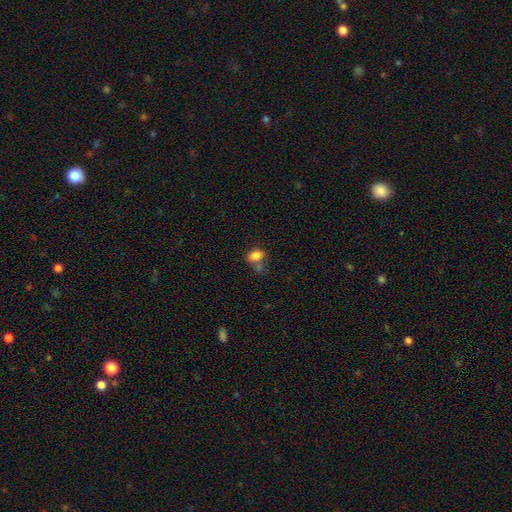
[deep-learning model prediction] This appears to be a smooth galaxy with no disk features (82%) that is in between round and cigar-shaped (78%). Merging: none (50%).